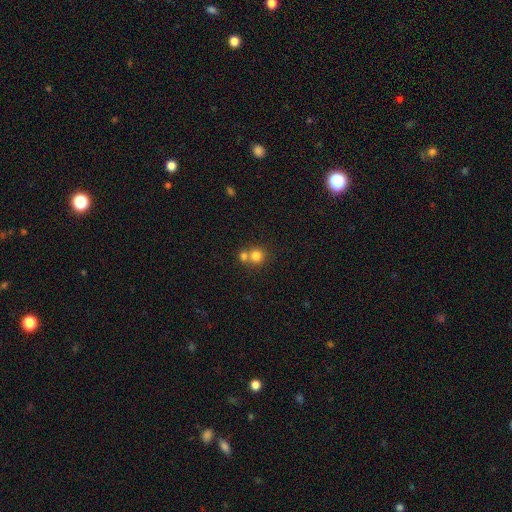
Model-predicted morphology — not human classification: A smooth galaxy with no disk features (80%) that is round (89%). Merging: none (47%).